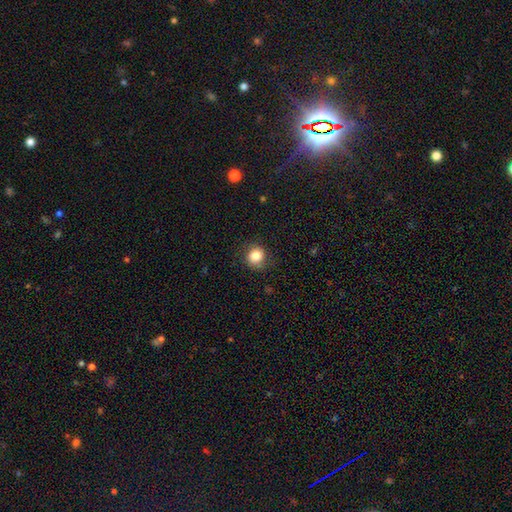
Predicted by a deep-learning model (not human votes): This is clearly a smooth galaxy (83%). How rounded: clearly round (82%). Merging: likely none (80%).